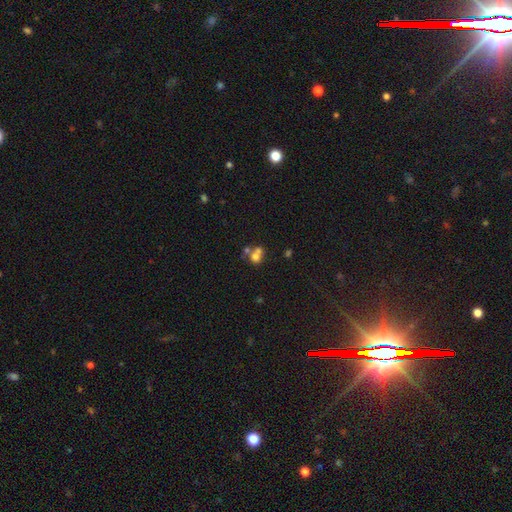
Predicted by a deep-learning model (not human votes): A smooth galaxy with no disk features (66%) that is round (72%). Merging: merger (57%).